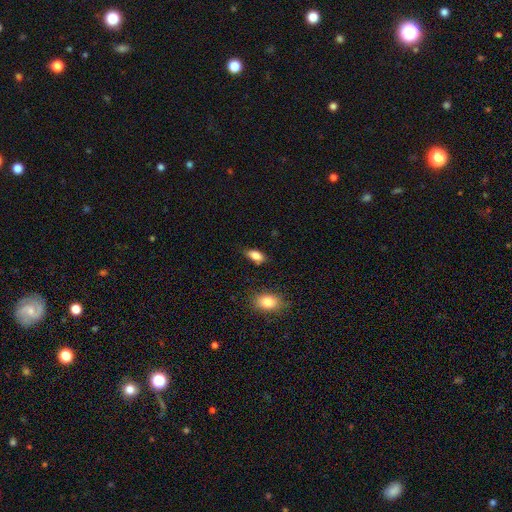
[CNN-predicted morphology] This appears to be a smooth galaxy with no disk features (83%) that is in between round and cigar-shaped (89%). Merging: none (75%).